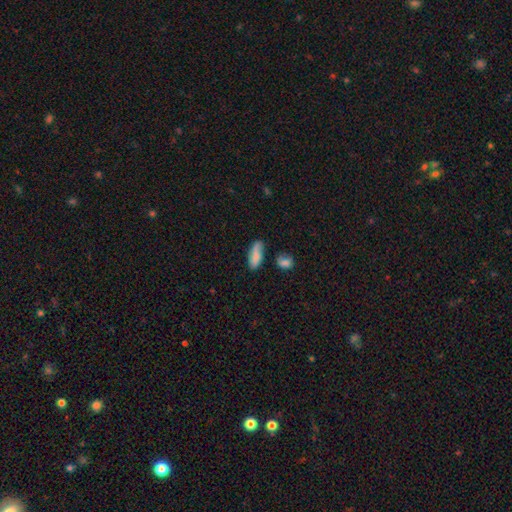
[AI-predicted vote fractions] A smooth galaxy with no disk features (77%) that is in between round and cigar-shaped (65%). Merging: none (59%).